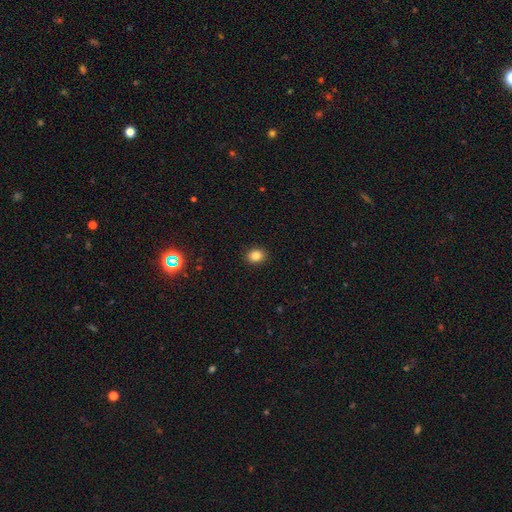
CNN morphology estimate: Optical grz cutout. It shows a smooth galaxy with no disk features (84%) that is round (55%). Merging: none (91%).